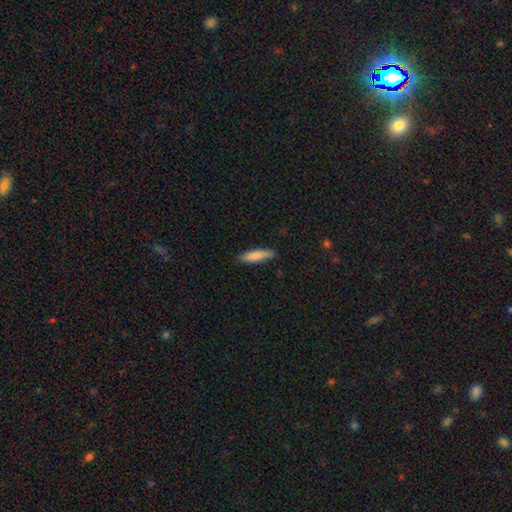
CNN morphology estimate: Smooth or featured? Predicted: smooth (p=0.84). How rounded? Predicted: cigar-shaped (p=0.73). Merging? Predicted: none (p=0.85).